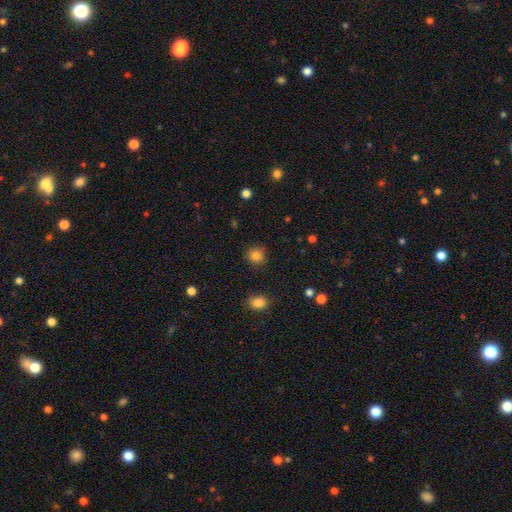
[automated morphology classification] A smooth galaxy with no disk features (84%) that is round (90%).

Vote fractions:
- Smooth or featured? smooth: 84% / star or artifact: 12% / featured or disk: 5%
- How rounded? round: 90% / in between: 9% / cigar-shaped: 1%
- Merging? none: 88% / minor disturbance: 8% / major disturbance: 2% / merger: 2%